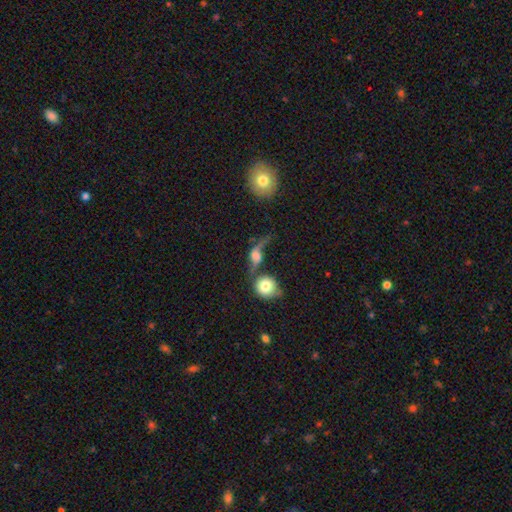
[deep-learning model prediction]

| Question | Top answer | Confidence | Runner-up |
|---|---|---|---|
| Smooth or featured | featured or disk | 59% | smooth (29%) |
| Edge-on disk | no | 71% | yes (29%) |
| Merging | none | 32% | major disturbance (26%) |